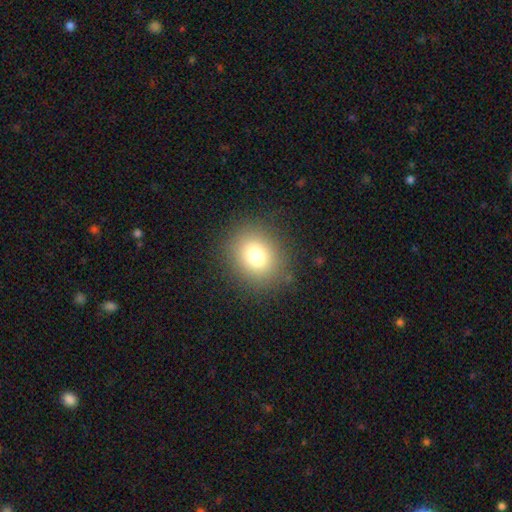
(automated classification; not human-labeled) smooth_or_featured: smooth (p=0.76) [alt: star or artifact p=0.14]
how_rounded: round (p=0.70) [alt: in between p=0.29]
merging: none (p=0.86) [alt: minor disturbance p=0.09]